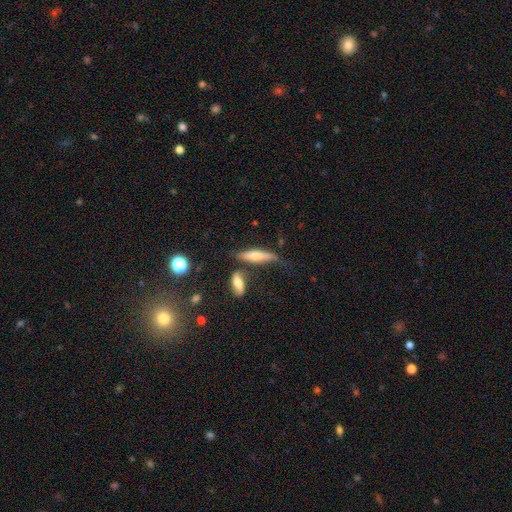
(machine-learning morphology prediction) This is possibly a smooth galaxy (55%). How rounded: likely cigar-shaped (75%). Merging: possibly none (54%).